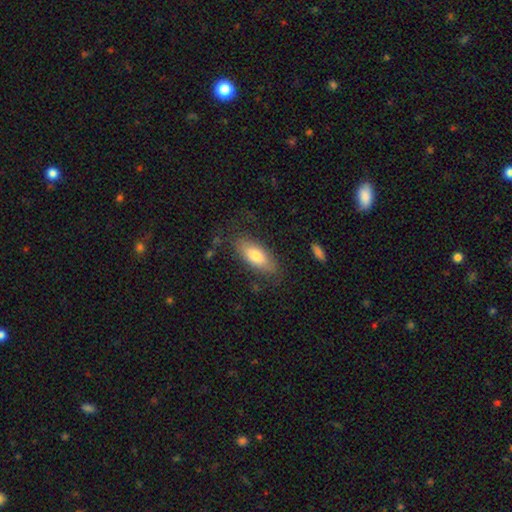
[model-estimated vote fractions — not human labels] This appears to be a smooth galaxy with no disk features (75%) that is in between round and cigar-shaped (80%). Merging: none (77%).